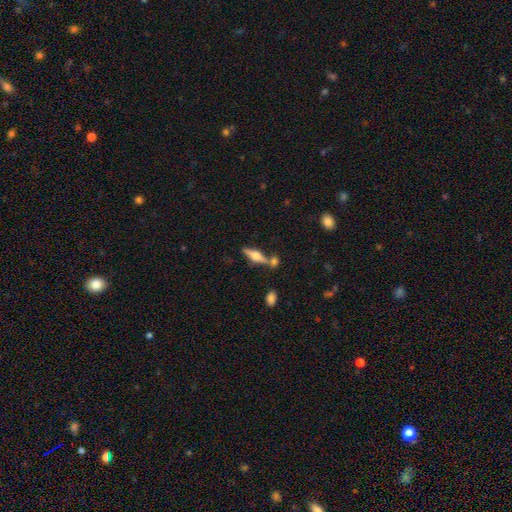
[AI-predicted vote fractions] Morphology: type=featured or disk (64%); edge-on=yes (95%); edge-on bulge=rounded (91%); merging=none (68%).